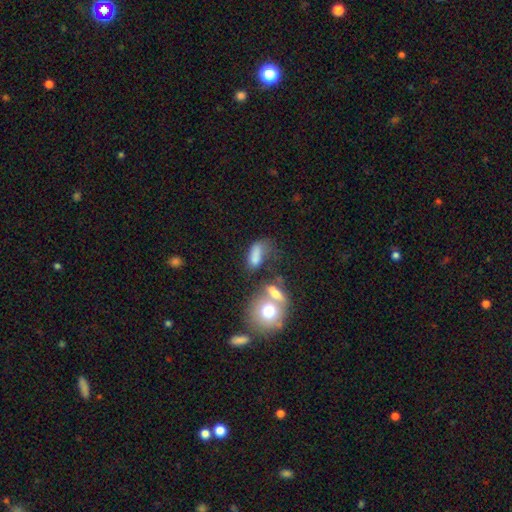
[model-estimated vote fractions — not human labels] Smooth or featured?
  - smooth: 72% *
  - featured or disk: 15%
  - star or artifact: 13%
How rounded?
  - in between: 73% *
  - cigar-shaped: 17%
  - round: 10%
Merging?
  - merger: 30% *
  - none: 29%
  - major disturbance: 22%
  - minor disturbance: 20%